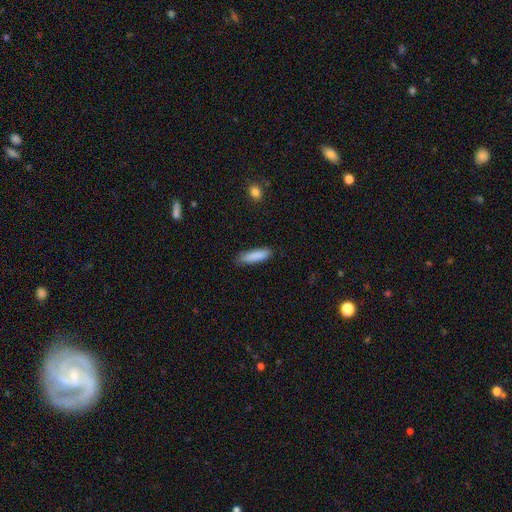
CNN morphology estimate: This appears to be a smooth galaxy with no disk features (87%) that is cigar-shaped (67%). Merging: none (81%).